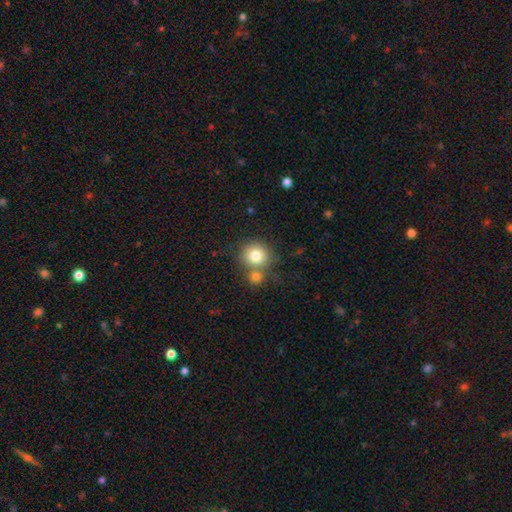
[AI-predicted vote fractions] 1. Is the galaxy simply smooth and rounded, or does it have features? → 80% smooth, 10% featured or disk, 10% star or artifact.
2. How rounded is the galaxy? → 88% round, 11% in between, 1% cigar-shaped.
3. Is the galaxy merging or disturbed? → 58% none, 29% merger, 9% minor disturbance, 3% major disturbance.